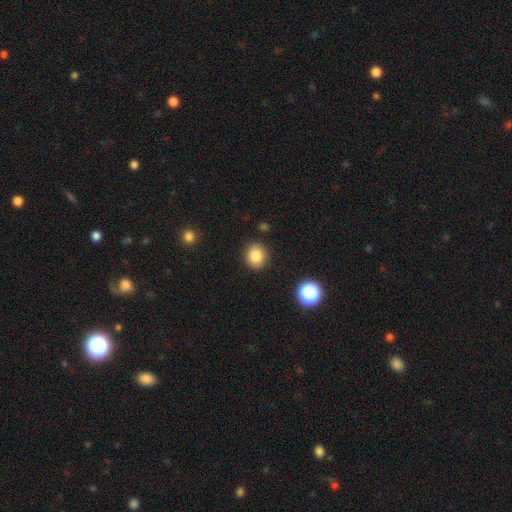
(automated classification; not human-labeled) Q: Smooth or featured?
A: smooth (85%); runner-up: star or artifact (10%)
Q: How rounded?
A: round (77%); runner-up: in between (22%)
Q: Merging?
A: none (88%); runner-up: minor disturbance (8%)